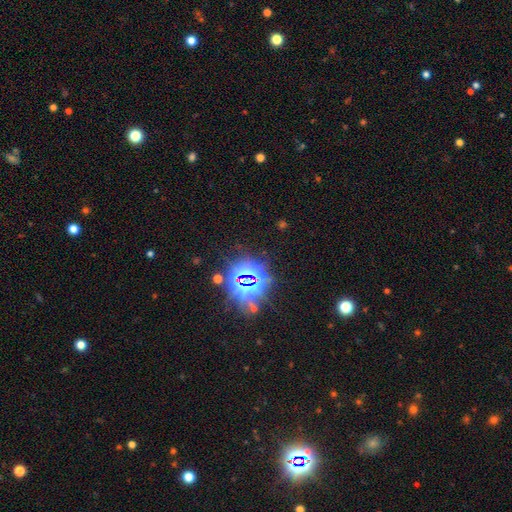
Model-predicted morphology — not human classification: A star or artifact, not a galaxy (83%).